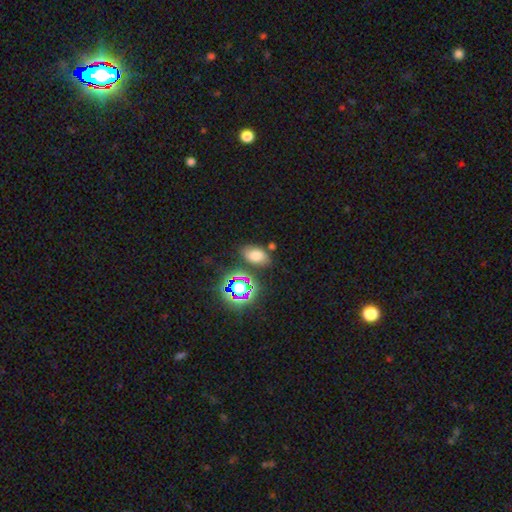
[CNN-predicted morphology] type=smooth (65%); roundness=in between (86%); merging=none (72%).